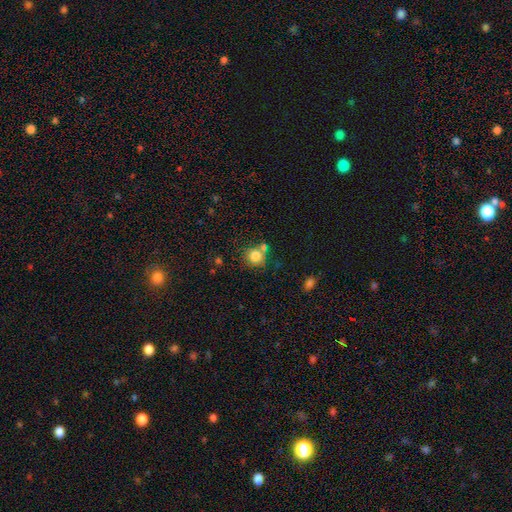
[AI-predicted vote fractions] Smooth or featured: smooth — 81% (star or artifact — 11%)
How rounded: round — 88% (in between — 11%)
Merging: none — 62% (merger — 21%)